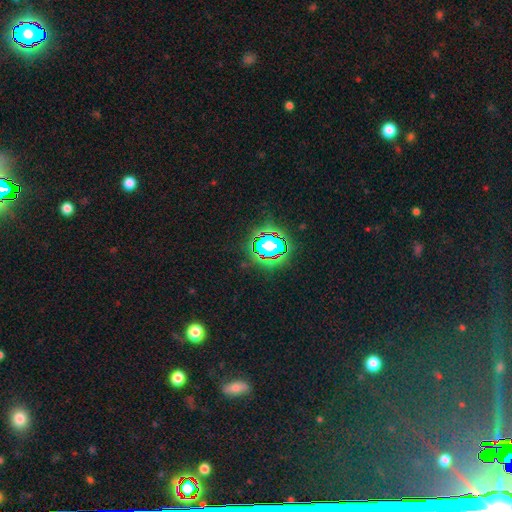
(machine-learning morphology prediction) A star or artifact, not a galaxy (81%).